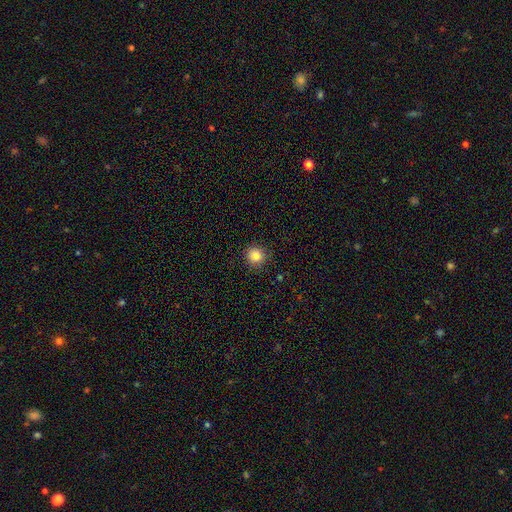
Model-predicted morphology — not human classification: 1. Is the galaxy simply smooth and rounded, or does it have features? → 84% smooth, 11% star or artifact, 5% featured or disk.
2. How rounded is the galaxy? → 92% round, 7% in between, 1% cigar-shaped.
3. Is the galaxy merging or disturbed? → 89% none, 7% minor disturbance, 2% major disturbance, 1% merger.